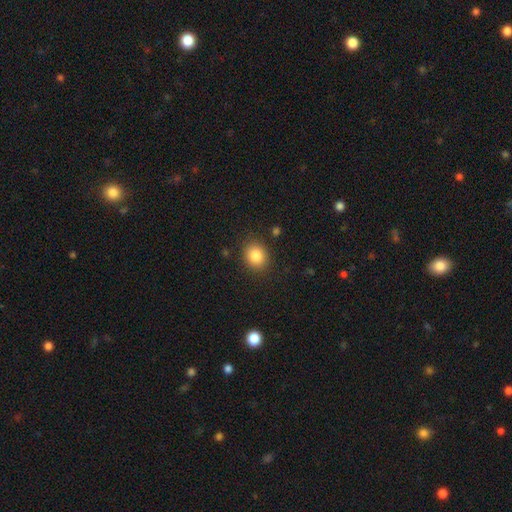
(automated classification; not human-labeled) Overall: smooth (85%). How rounded: round (67%; in between 32%). Merging: none (86%).